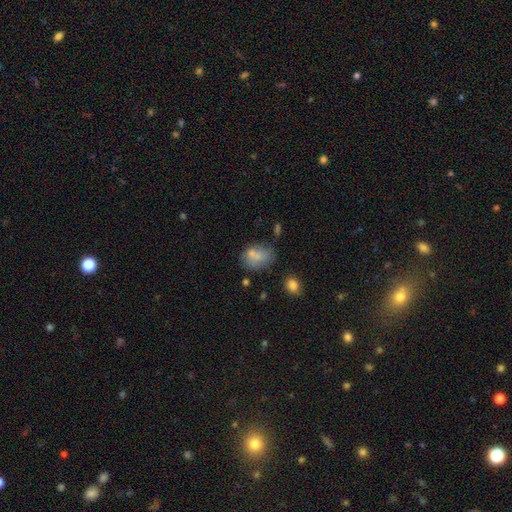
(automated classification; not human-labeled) Smooth or featured? Predicted: smooth (p=0.71). How rounded? Predicted: in between (p=0.72). Merging? Predicted: none (p=0.42).